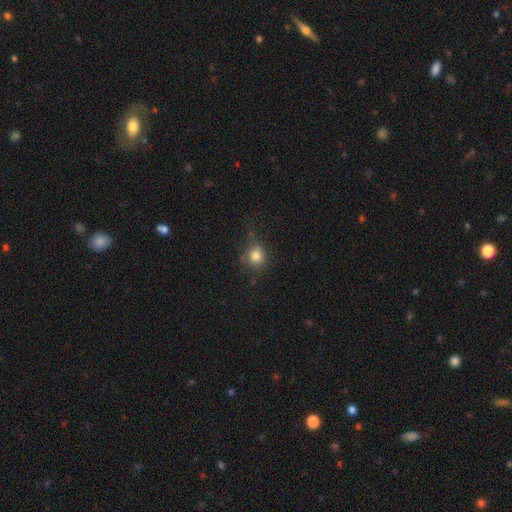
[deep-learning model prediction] Smooth or featured? smooth (81%)
How rounded? round (83%)
Merging? none (67%)